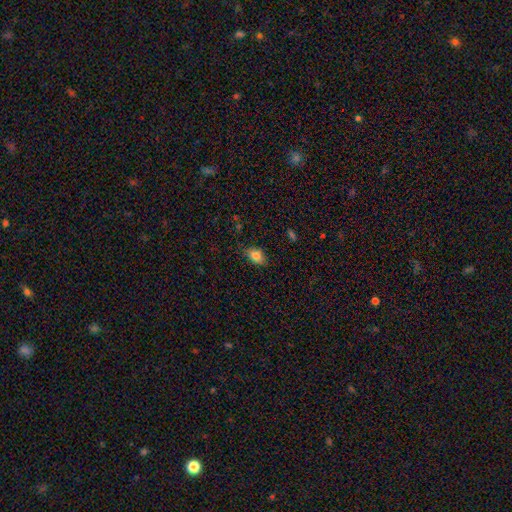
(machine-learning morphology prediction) The model was most divided on "merging": none: 79%, minor disturbance: 17%, major disturbance: 3%, merger: 1%. More confident: smooth or featured — smooth (81%); how rounded — in between (81%).